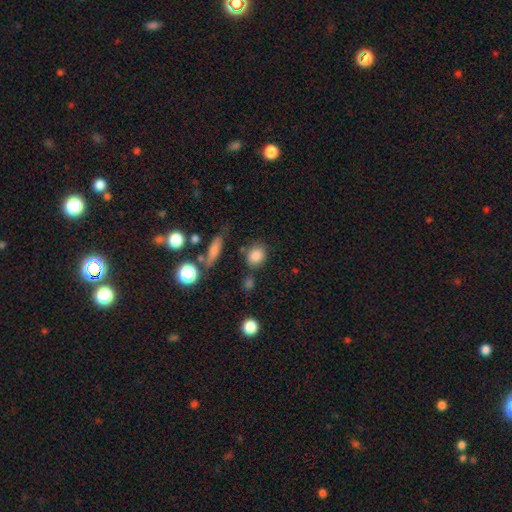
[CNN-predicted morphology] Smooth or featured? smooth (84%)
How rounded? round (64%)
Merging? none (74%)